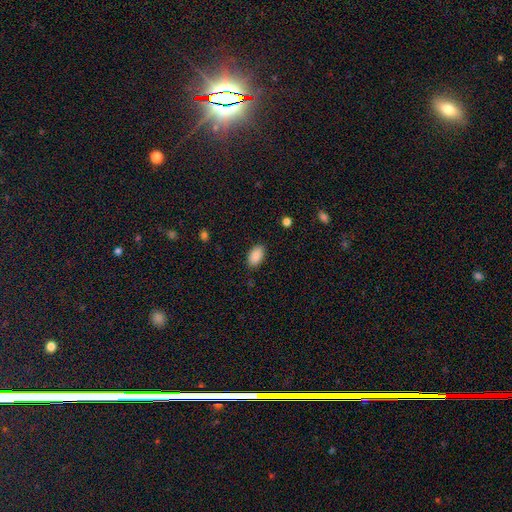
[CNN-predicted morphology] smooth_or_featured: smooth (p=0.89) [alt: star or artifact p=0.07]
how_rounded: in between (p=0.94) [alt: round p=0.05]
merging: none (p=0.86) [alt: minor disturbance p=0.10]